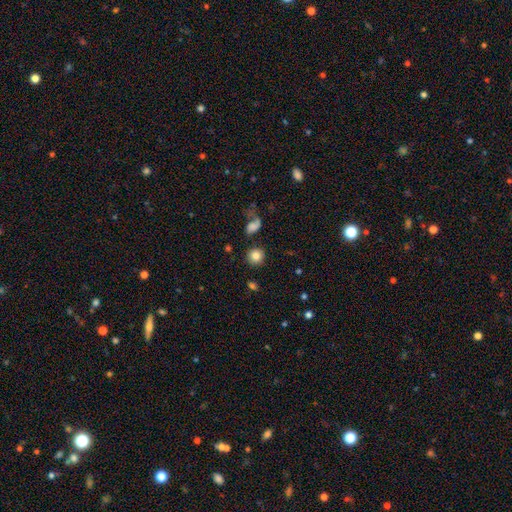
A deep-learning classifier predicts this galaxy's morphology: Smooth or featured? smooth (82%)
How rounded? round (91%)
Merging? none (83%)